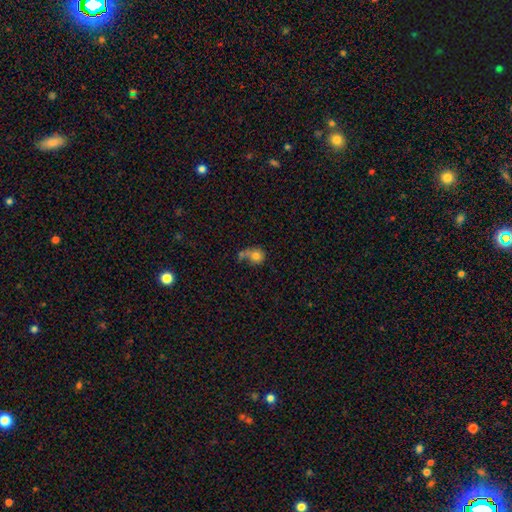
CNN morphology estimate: Overall: smooth (76%). How rounded: round (77%). Merging: merger (36%; none 34%).